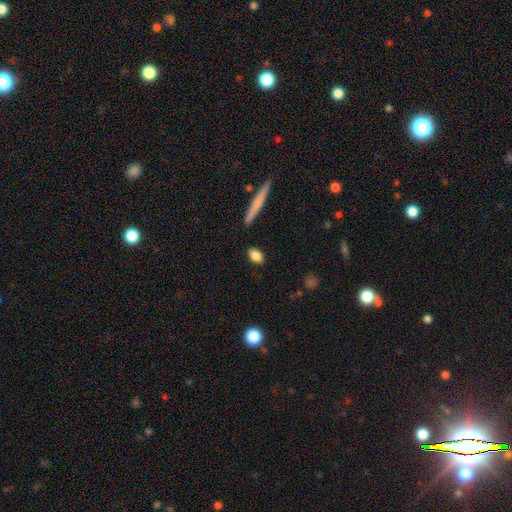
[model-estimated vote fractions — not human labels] Q: Smooth or featured?
A: smooth (85%); runner-up: featured or disk (8%)
Q: How rounded?
A: in between (85%); runner-up: round (9%)
Q: Merging?
A: none (87%); runner-up: minor disturbance (9%)